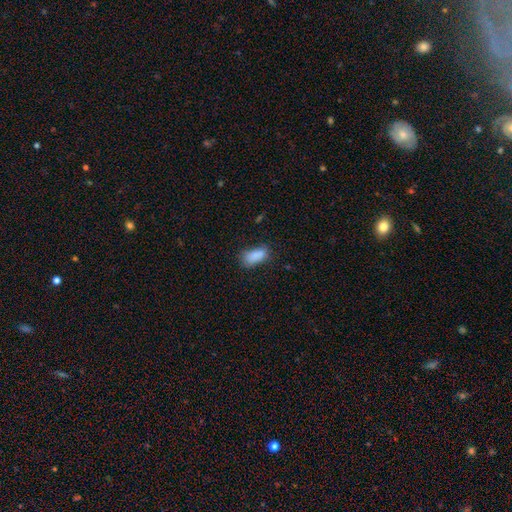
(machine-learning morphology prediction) smooth-or-featured: smooth: 84% | star or artifact: 9% | featured or disk: 7%
  how-rounded: in between: 87% | cigar-shaped: 9% | round: 4%
  merging: none: 60% | minor disturbance: 27% | major disturbance: 8% | merger: 5%